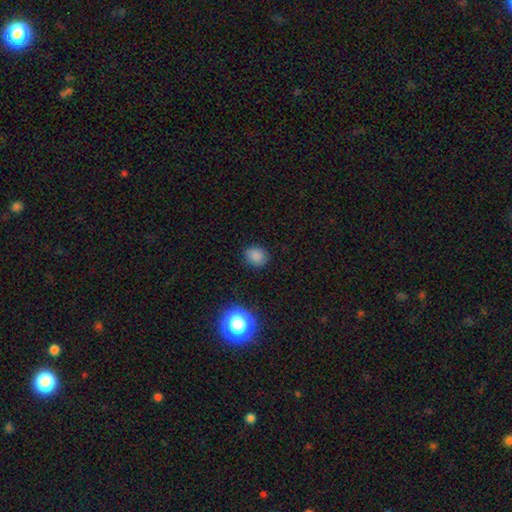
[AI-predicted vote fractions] Smooth or featured? Predicted: smooth (p=0.80). How rounded? Predicted: round (p=0.67). Merging? Predicted: none (p=0.85).